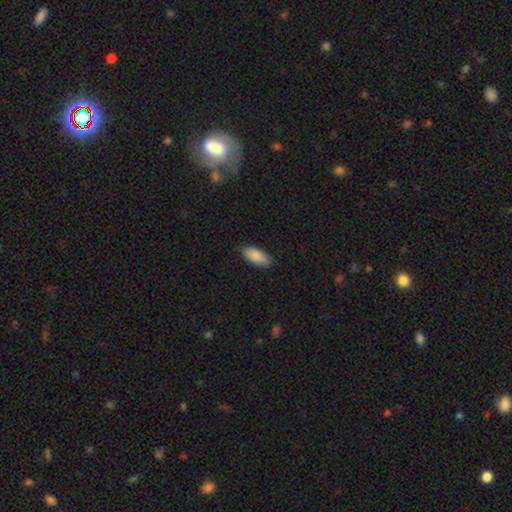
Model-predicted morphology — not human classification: Smooth or featured? smooth (89%)
How rounded? in between (87%)
Merging? none (87%)